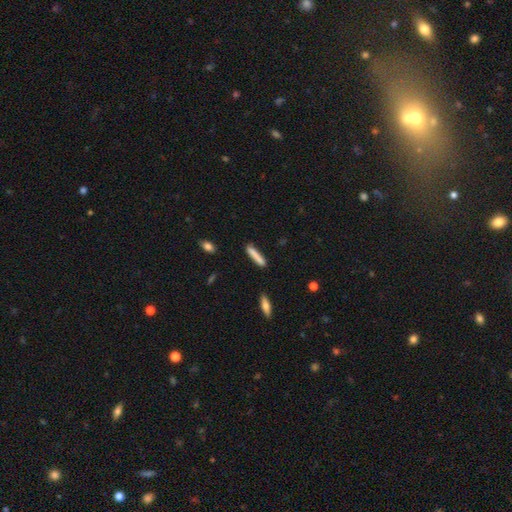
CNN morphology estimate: Smooth or featured? smooth (80%)
How rounded? cigar-shaped (91%)
Merging? none (86%)